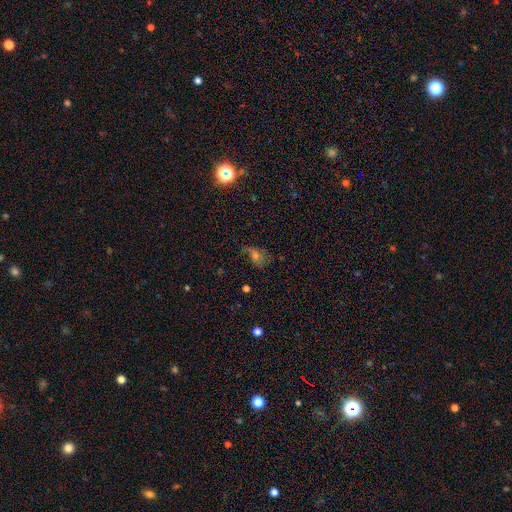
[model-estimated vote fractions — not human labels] Smooth or featured? Predicted: smooth (p=0.44). Merging? Predicted: none (p=0.49).